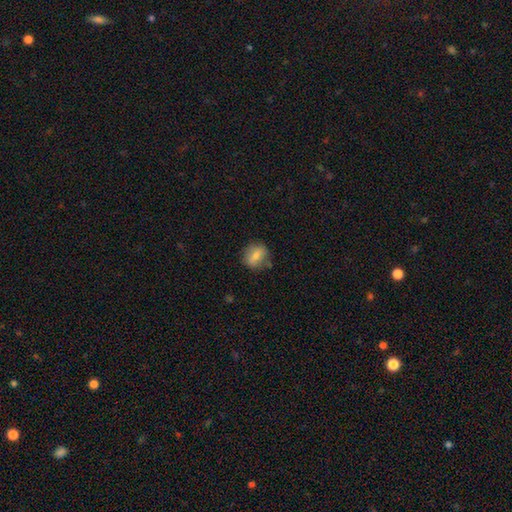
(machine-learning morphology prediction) smooth-or-featured: smooth: 67% | featured or disk: 24% | star or artifact: 9%
  how-rounded: round: 66% | in between: 32% | cigar-shaped: 2%
  merging: none: 79% | minor disturbance: 15% | major disturbance: 4% | merger: 2%